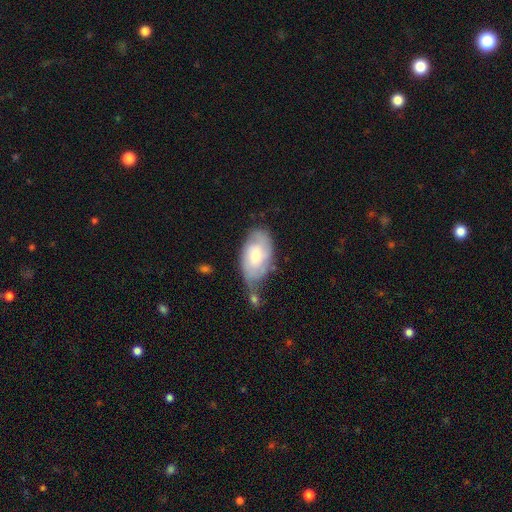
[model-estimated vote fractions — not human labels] The model was most divided on "smooth or featured": featured or disk: 49%, smooth: 45%, star or artifact: 6%. Remaining: merging — none (45%).